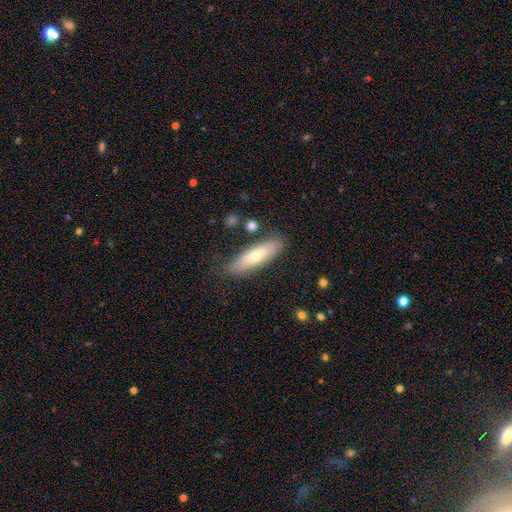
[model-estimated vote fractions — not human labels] A smooth galaxy with no disk features (64%) that is cigar-shaped (61%).

Vote fractions:
- Smooth or featured? smooth: 64% / featured or disk: 29% / star or artifact: 6%
- How rounded? cigar-shaped: 61% / in between: 37% / round: 2%
- Merging? none: 82% / minor disturbance: 13% / major disturbance: 3% / merger: 3%